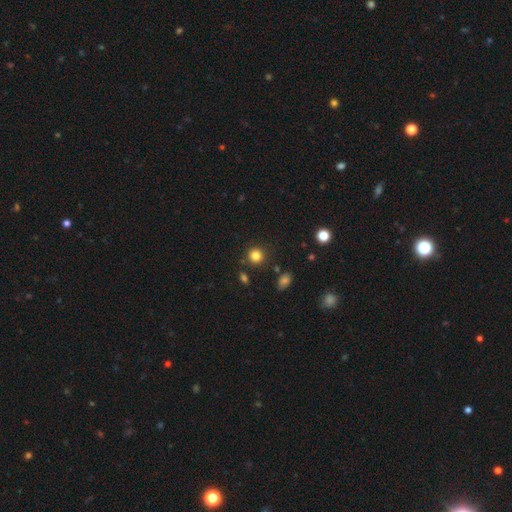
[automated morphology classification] smooth_or_featured: smooth (p=0.83) [alt: star or artifact p=0.12]
how_rounded: round (p=0.90) [alt: in between p=0.09]
merging: none (p=0.85) [alt: minor disturbance p=0.08]